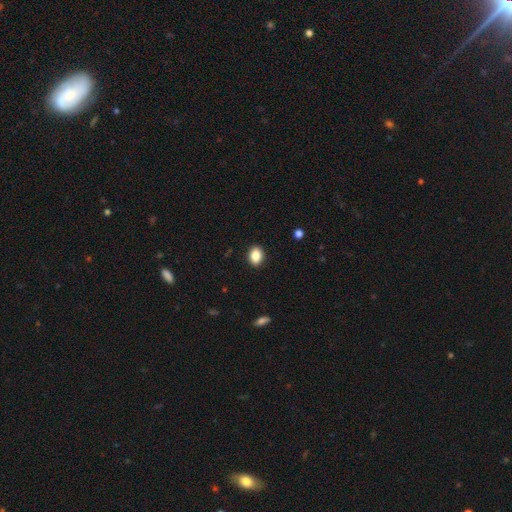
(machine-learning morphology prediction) A smooth galaxy with no disk features (86%) that is in between round and cigar-shaped (70%). Merging: none (91%).